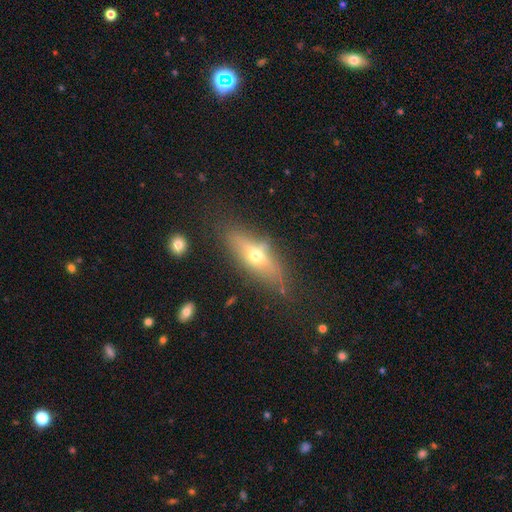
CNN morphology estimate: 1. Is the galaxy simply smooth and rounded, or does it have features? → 54% featured or disk, 36% smooth, 10% star or artifact.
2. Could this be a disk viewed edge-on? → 78% yes, 22% no.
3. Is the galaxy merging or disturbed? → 74% none, 16% minor disturbance, 7% major disturbance, 3% merger.